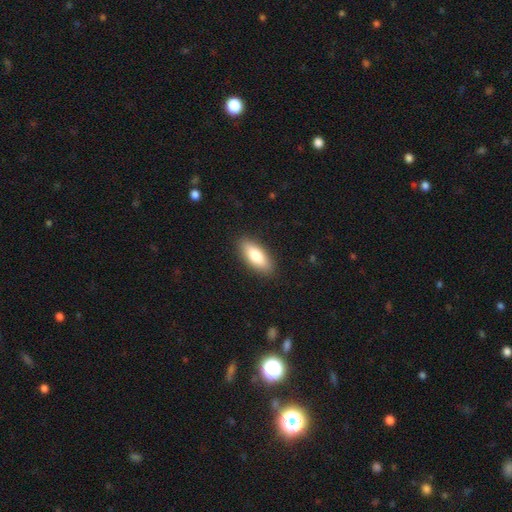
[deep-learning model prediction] The model was most divided on "how rounded": in between: 77%, cigar-shaped: 21%, round: 2%. More confident: merging — none (89%); smooth or featured — smooth (81%).